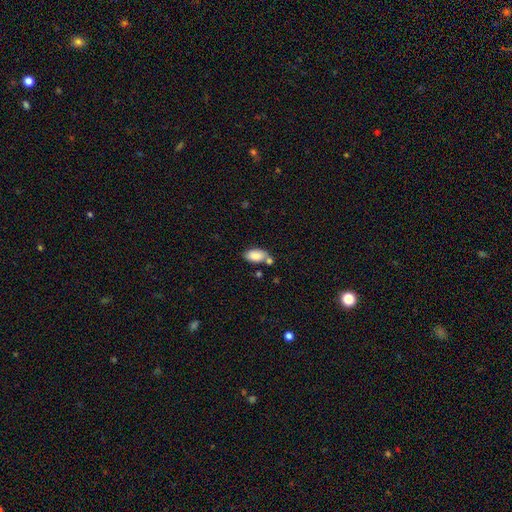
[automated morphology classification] Overall: smooth (85%). How rounded: in between (93%). Merging: none (58%; merger 21%).